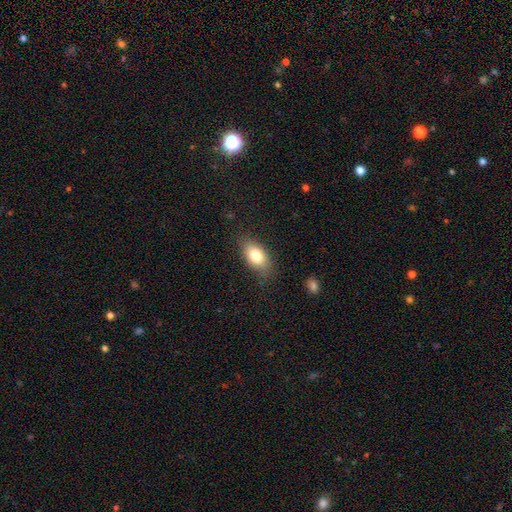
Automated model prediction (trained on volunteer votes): Q: Smooth or featured?
A: smooth (79%); runner-up: featured or disk (13%)
Q: How rounded?
A: in between (88%); runner-up: round (8%)
Q: Merging?
A: none (79%); runner-up: minor disturbance (16%)